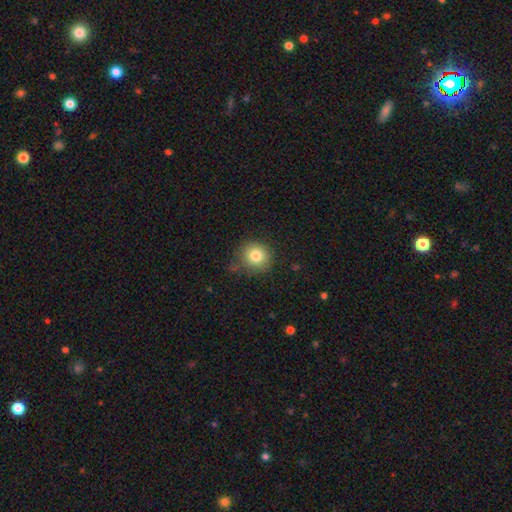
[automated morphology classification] The model was most divided on "merging": none: 80%, minor disturbance: 14%, major disturbance: 4%, merger: 2%. More confident: how rounded — round (90%); smooth or featured — smooth (81%).